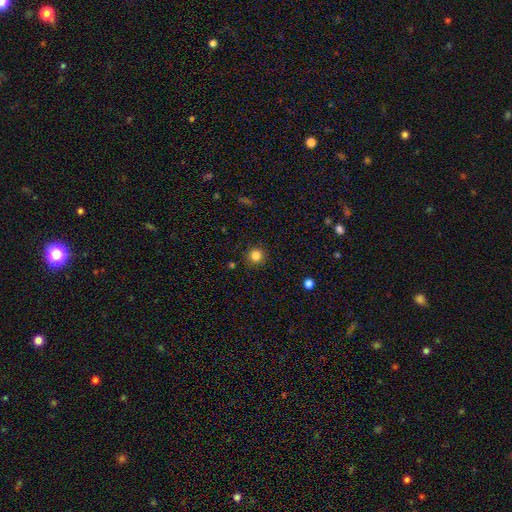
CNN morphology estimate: This is clearly a smooth galaxy (83%). How rounded: clearly round (94%). Merging: clearly none (90%).